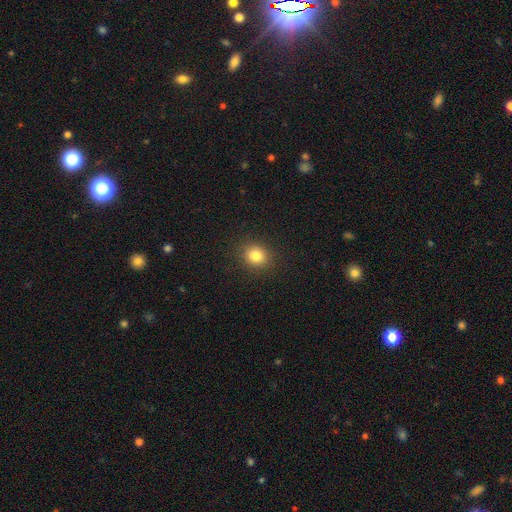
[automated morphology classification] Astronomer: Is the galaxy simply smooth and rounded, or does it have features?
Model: smooth — 82%.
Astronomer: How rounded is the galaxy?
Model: round — 75%.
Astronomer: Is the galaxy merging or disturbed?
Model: none — 90%.